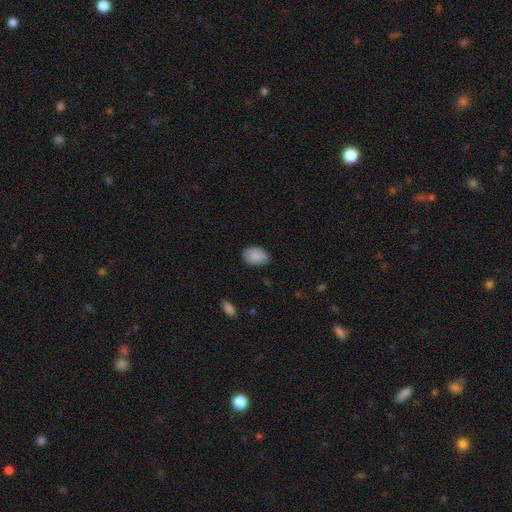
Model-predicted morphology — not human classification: Q: Smooth or featured?
A: smooth (88%); runner-up: star or artifact (7%)
Q: How rounded?
A: in between (85%); runner-up: round (14%)
Q: Merging?
A: none (79%); runner-up: minor disturbance (17%)